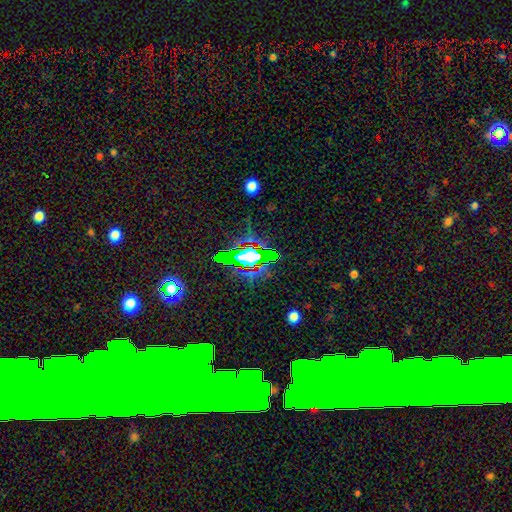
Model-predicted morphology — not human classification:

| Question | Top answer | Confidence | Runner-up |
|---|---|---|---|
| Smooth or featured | star or artifact | 61% | smooth (22%) |